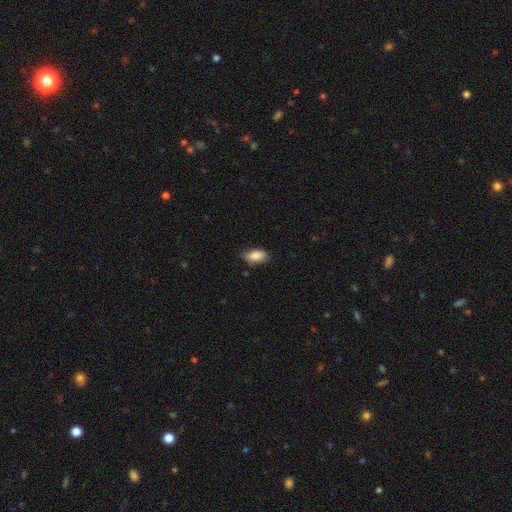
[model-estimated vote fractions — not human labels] smooth 86%, featured or disk 7%, star or artifact 7%. Down the decision tree: how rounded — in between (91%); merging — none (77%).